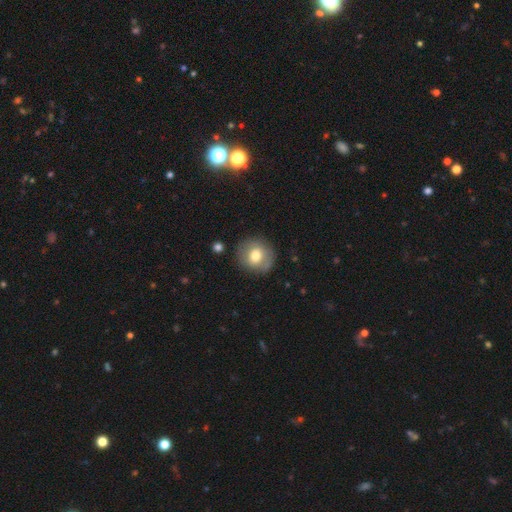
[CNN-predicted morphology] This is likely a smooth galaxy (71%). How rounded: clearly round (86%). Merging: clearly none (84%).